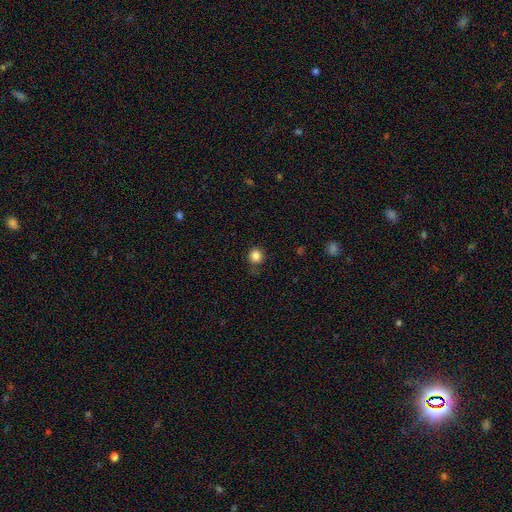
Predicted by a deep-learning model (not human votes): This is clearly a smooth galaxy (84%). How rounded: clearly round (90%). Merging: likely none (79%).